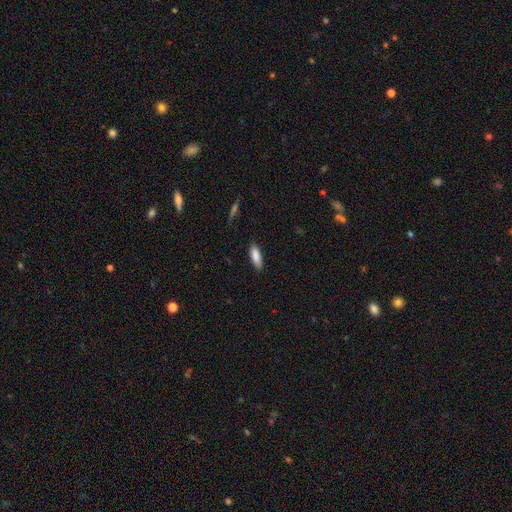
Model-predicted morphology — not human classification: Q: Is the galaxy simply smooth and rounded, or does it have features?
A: smooth — 86%.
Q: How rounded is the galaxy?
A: in between — 56%.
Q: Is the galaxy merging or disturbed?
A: none — 85%.